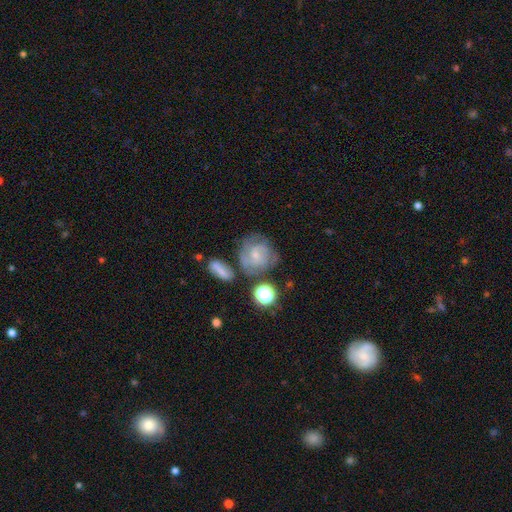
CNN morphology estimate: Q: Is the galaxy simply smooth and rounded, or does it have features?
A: featured or disk — 59%.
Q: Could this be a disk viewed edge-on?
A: no — 97%.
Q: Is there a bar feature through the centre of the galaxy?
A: no — 63%.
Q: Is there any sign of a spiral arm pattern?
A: yes — 82%.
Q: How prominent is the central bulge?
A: small — 67%.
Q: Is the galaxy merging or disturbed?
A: none — 54%.